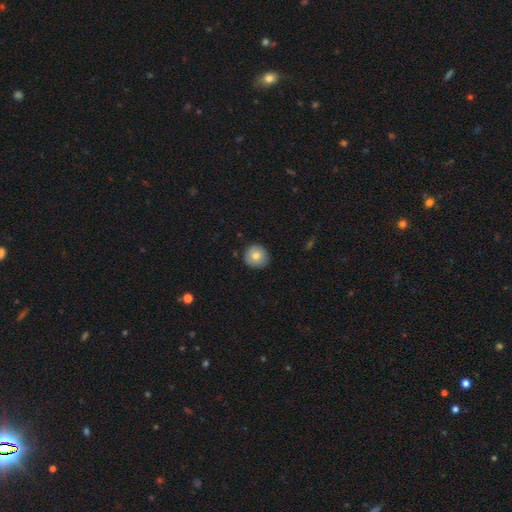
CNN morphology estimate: This is likely a smooth galaxy (77%). How rounded: clearly round (95%). Merging: clearly none (89%).